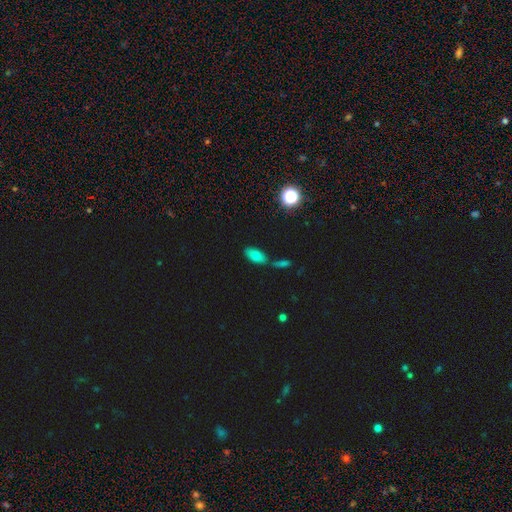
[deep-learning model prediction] Smooth or featured? Predicted: smooth (p=0.71). How rounded? Predicted: in between (p=0.88). Merging? Predicted: none (p=0.57).